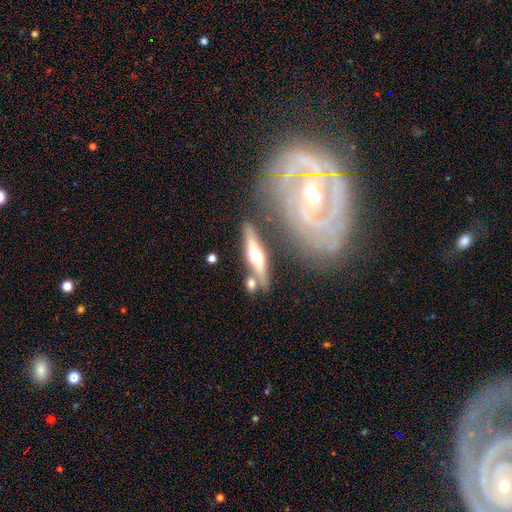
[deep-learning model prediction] Smooth or featured: featured or disk — 63% (smooth — 31%)
Edge-on disk: yes — 85% (no — 15%)
Edge-on bulge: rounded — 92% (boxy — 5%)
Merging: none — 68% (minor disturbance — 14%)